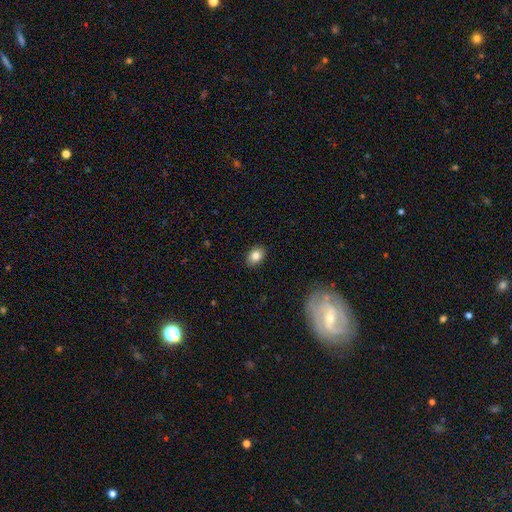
Q: Smooth or featured?
A: smooth (82%); runner-up: featured or disk (12%)
Q: How rounded?
A: in between (79%); runner-up: round (21%)
Q: Merging?
A: none (82%); runner-up: minor disturbance (13%)